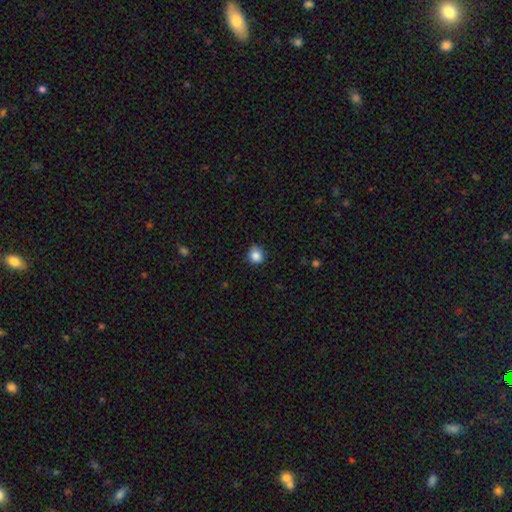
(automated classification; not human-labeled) The model was most divided on "merging": none: 77%, minor disturbance: 18%, major disturbance: 3%, merger: 1%. More confident: smooth or featured — smooth (86%); how rounded — round (85%).